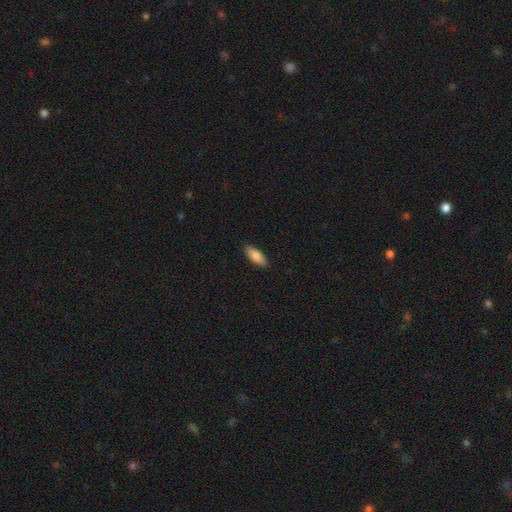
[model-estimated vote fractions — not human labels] A smooth galaxy with no disk features (82%) that is in between round and cigar-shaped (67%). Merging: none (88%).